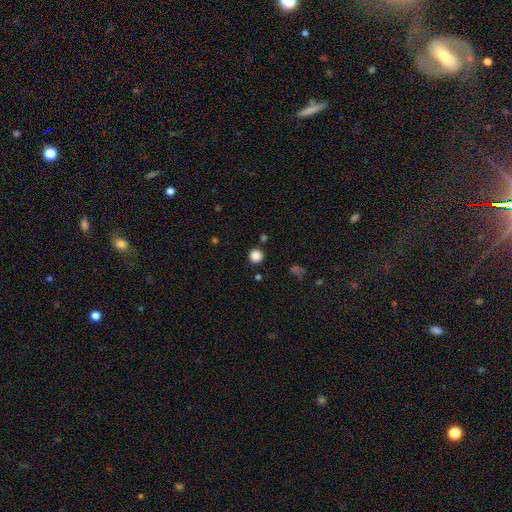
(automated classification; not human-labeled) The model was most divided on "smooth or featured": smooth: 85%, star or artifact: 12%, featured or disk: 3%. More confident: how rounded — round (95%); merging — none (89%).